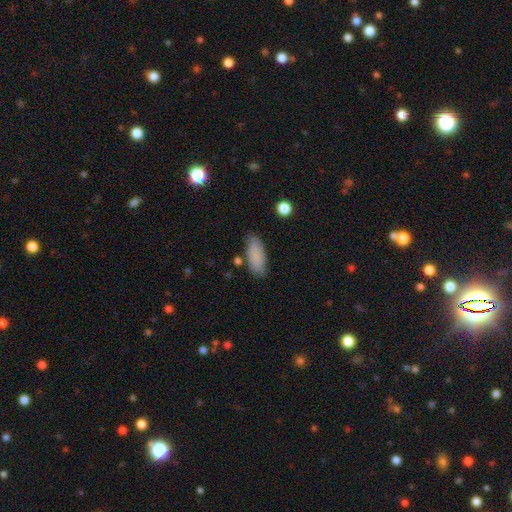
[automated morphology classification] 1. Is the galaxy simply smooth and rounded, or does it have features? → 85% smooth, 8% featured or disk, 7% star or artifact.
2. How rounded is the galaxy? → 80% in between, 18% cigar-shaped, 2% round.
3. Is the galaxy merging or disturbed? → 78% none, 15% minor disturbance, 3% major disturbance, 3% merger.